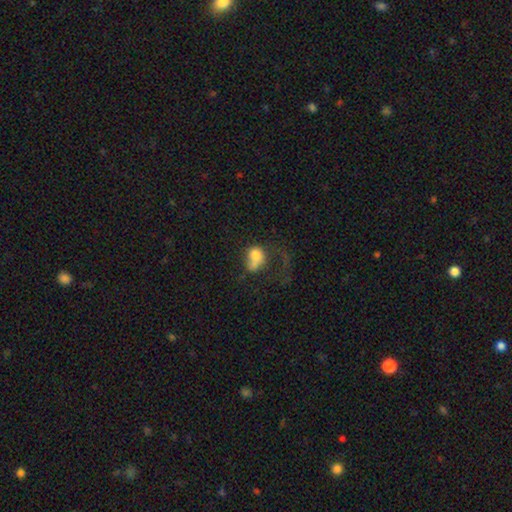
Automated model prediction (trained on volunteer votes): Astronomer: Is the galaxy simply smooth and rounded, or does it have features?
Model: smooth — 68%.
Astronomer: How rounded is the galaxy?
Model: round — 56% (runner-up: in between, 42%).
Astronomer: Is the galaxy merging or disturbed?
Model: major disturbance — 40% (runner-up: merger, 23%).